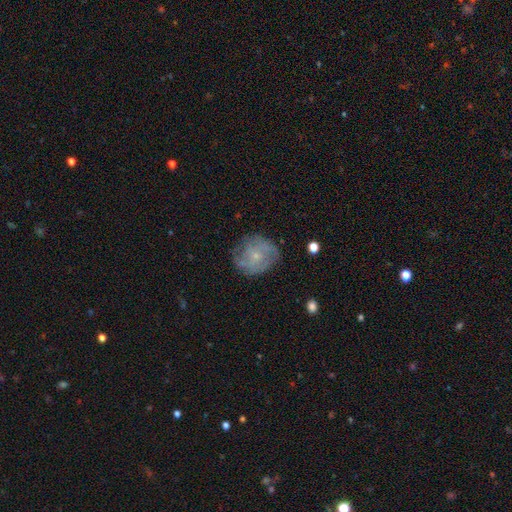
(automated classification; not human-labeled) Q: Smooth or featured?
A: featured or disk (64%); runner-up: smooth (27%)
Q: Edge-on disk?
A: no (97%); runner-up: yes (3%)
Q: Bar?
A: no (79%); runner-up: weak (19%)
Q: Spiral arms?
A: yes (79%); runner-up: no (21%)
Q: Bulge size?
A: small (77%); runner-up: moderate (15%)
Q: Merging?
A: none (70%); runner-up: minor disturbance (20%)